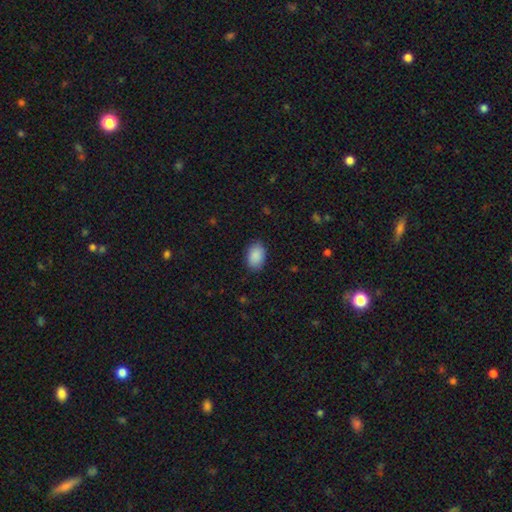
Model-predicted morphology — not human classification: smooth_or_featured: smooth (p=0.90) [alt: star or artifact p=0.07]
how_rounded: in between (p=0.88) [alt: round p=0.11]
merging: none (p=0.87) [alt: minor disturbance p=0.10]